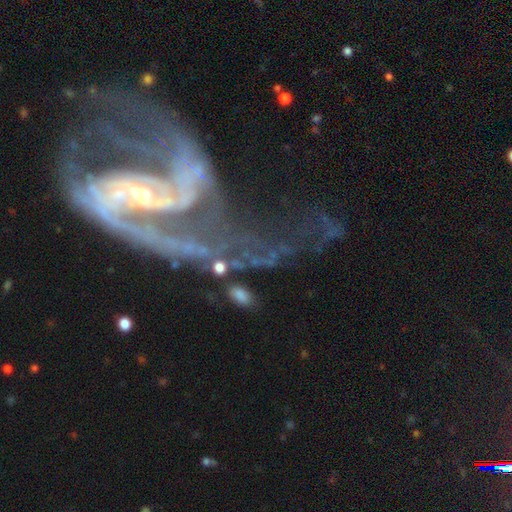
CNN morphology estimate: smooth_or_featured: featured or disk (p=0.87) [alt: star or artifact p=0.08]
disk_edge_on: no (p=0.96) [alt: yes p=0.04]
bar: weak (p=0.40) [alt: no p=0.34]
has_spiral_arms: yes (p=0.92) [alt: no p=0.08]
spiral_winding: loose (p=0.44) [alt: medium p=0.40]
spiral_arm_count: 2 (p=0.67) [alt: can't tell p=0.11]
bulge_size: small (p=0.62) [alt: moderate p=0.27]
merging: major disturbance (p=0.44) [alt: none p=0.27]